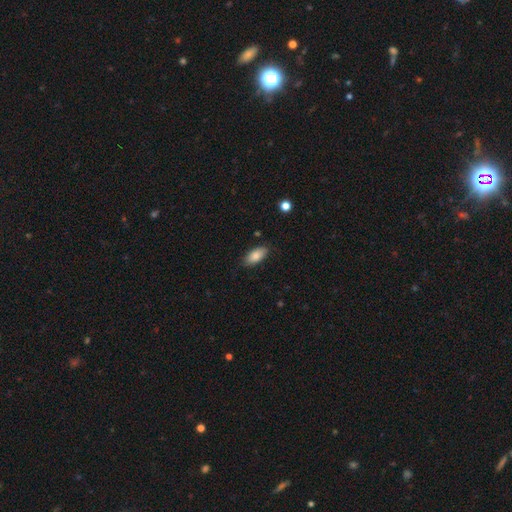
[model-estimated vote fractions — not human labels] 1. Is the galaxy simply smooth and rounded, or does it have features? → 85% smooth, 8% featured or disk, 7% star or artifact.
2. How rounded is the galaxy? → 90% in between, 8% cigar-shaped, 2% round.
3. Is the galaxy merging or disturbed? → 83% none, 13% minor disturbance, 3% major disturbance, 1% merger.